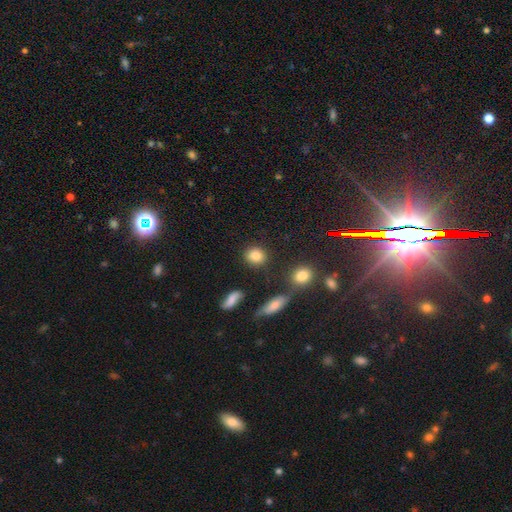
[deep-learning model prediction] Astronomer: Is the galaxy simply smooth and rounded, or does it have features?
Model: smooth — 84%.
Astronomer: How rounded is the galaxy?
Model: round — 72%.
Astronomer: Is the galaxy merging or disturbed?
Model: none — 83%.